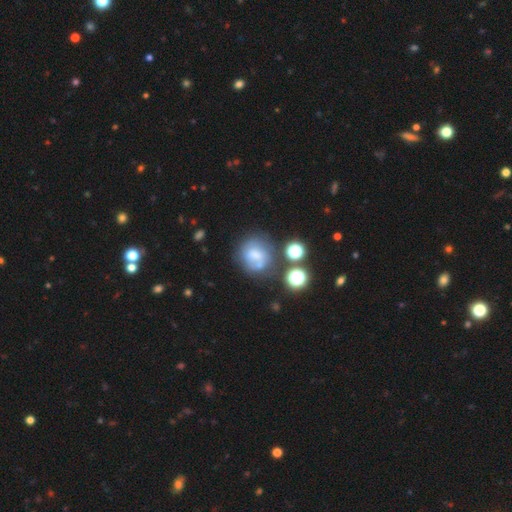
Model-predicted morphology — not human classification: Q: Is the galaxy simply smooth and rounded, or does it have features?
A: smooth — 57%.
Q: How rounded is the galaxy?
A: round — 78%.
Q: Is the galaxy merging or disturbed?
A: none — 46%.